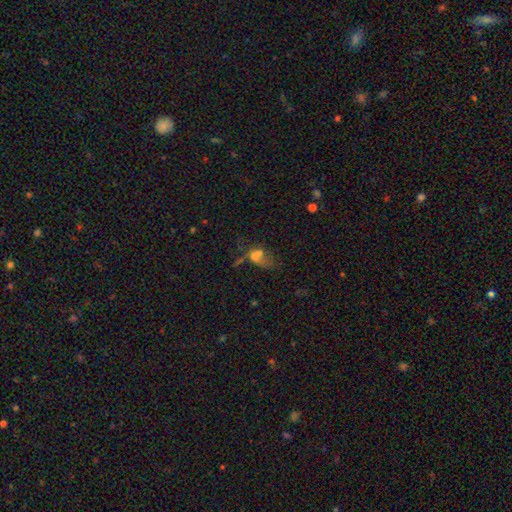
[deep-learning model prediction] smooth_or_featured: smooth (p=0.49) [alt: featured or disk p=0.30]
merging: merger (p=0.46) [alt: major disturbance p=0.26]